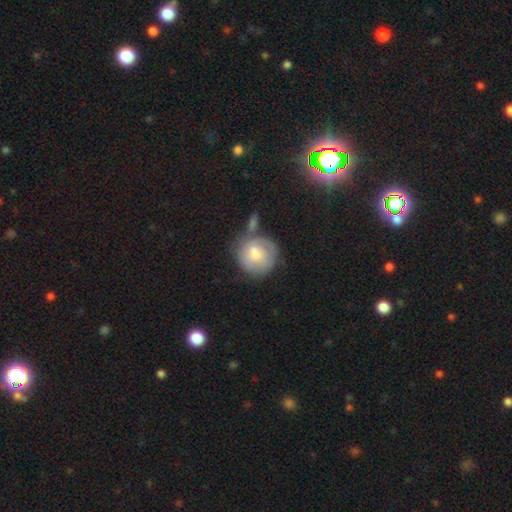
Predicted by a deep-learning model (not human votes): Smooth or featured?
  - smooth: 58% *
  - featured or disk: 35%
  - star or artifact: 7%
How rounded?
  - round: 87% *
  - in between: 12%
  - cigar-shaped: 1%
Merging?
  - none: 50% *
  - minor disturbance: 21%
  - merger: 18%
  - major disturbance: 11%